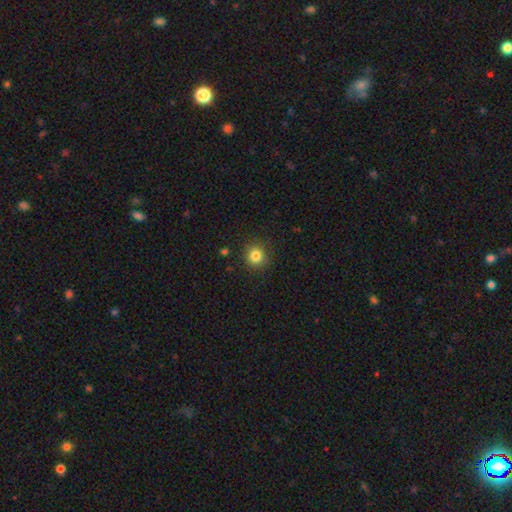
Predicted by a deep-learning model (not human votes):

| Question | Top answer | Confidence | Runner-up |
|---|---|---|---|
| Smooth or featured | smooth | 83% | star or artifact (12%) |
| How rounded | round | 91% | in between (8%) |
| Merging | none | 90% | minor disturbance (7%) |